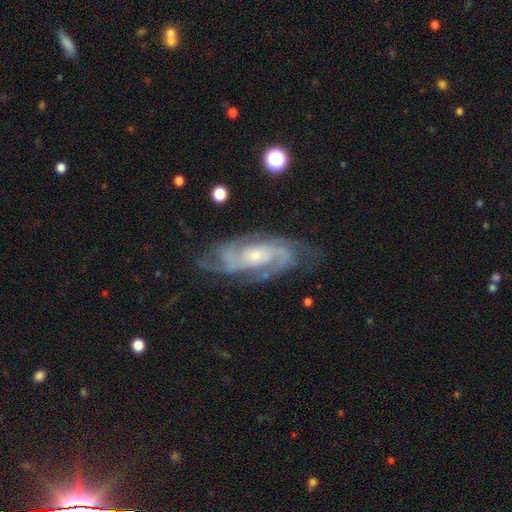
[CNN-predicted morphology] A featured or disk galaxy (89%) with no bar (62%), 2 (35%) tight (55%) spiral arms (97%) and a small central bulge (64%).

Vote fractions:
- Smooth or featured? featured or disk: 89% / smooth: 6% / star or artifact: 5%
- Edge-on disk? no: 94% / yes: 6%
- Bar? no: 62% / weak: 29% / strong: 9%
- Spiral arms? yes: 97% / no: 3%
- Spiral winding? tight: 55% / medium: 38% / loose: 7%
- Spiral arm count? 2: 35% / 3: 26% / can't tell: 19% / 4: 11% / more than 4: 5% / 1: 5%
- Bulge size? small: 64% / moderate: 30% / none: 3% / large: 2% / dominant: 1%
- Merging? none: 73% / minor disturbance: 18% / major disturbance: 7% / merger: 2%